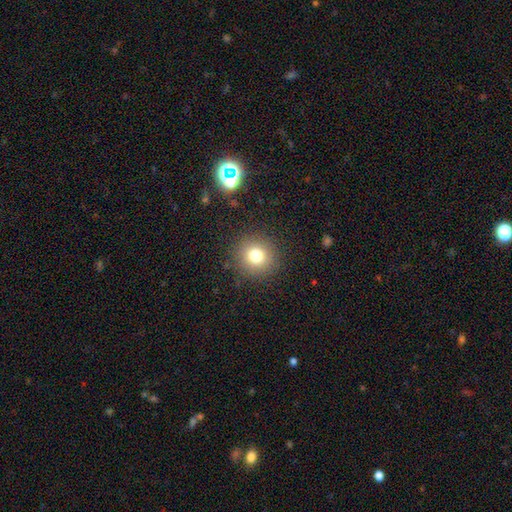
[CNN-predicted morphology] Smooth or featured?
  - smooth: 78% *
  - star or artifact: 14%
  - featured or disk: 9%
How rounded?
  - round: 92% *
  - in between: 7%
  - cigar-shaped: 1%
Merging?
  - none: 89% *
  - minor disturbance: 7%
  - major disturbance: 3%
  - merger: 1%